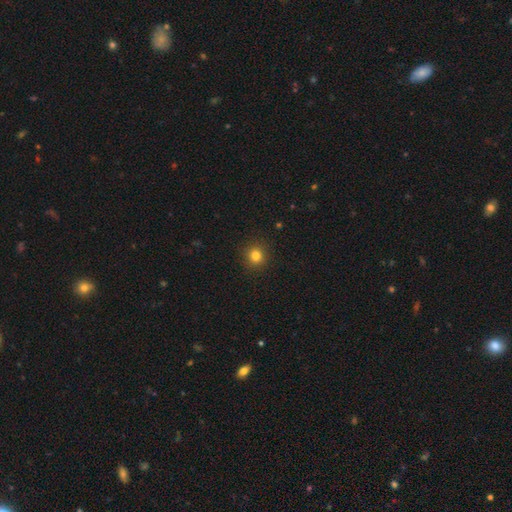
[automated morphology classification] Smooth or featured? Predicted: smooth (p=0.81). How rounded? Predicted: round (p=0.91). Merging? Predicted: none (p=0.92).